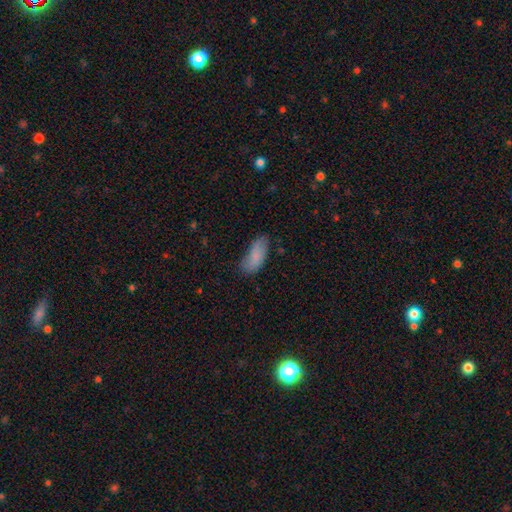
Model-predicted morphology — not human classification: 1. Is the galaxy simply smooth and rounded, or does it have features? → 84% smooth, 10% featured or disk, 7% star or artifact.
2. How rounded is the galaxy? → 85% in between, 13% cigar-shaped, 2% round.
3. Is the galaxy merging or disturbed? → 66% none, 26% minor disturbance, 6% major disturbance, 2% merger.